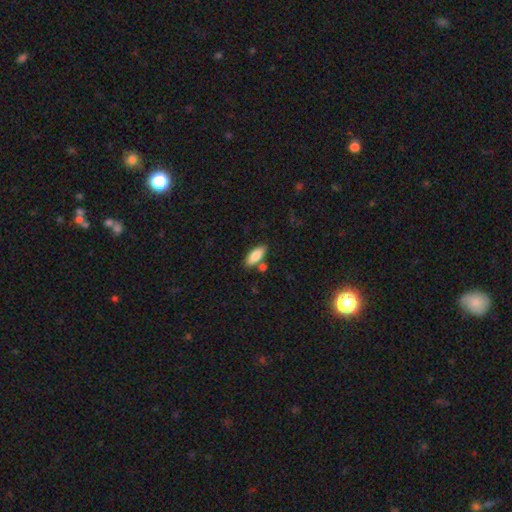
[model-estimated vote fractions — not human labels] A smooth galaxy with no disk features (83%) that is in between round and cigar-shaped (76%).

Vote fractions:
- Smooth or featured? smooth: 83% / featured or disk: 11% / star or artifact: 6%
- How rounded? in between: 76% / cigar-shaped: 22% / round: 2%
- Merging? none: 78% / minor disturbance: 11% / merger: 8% / major disturbance: 2%